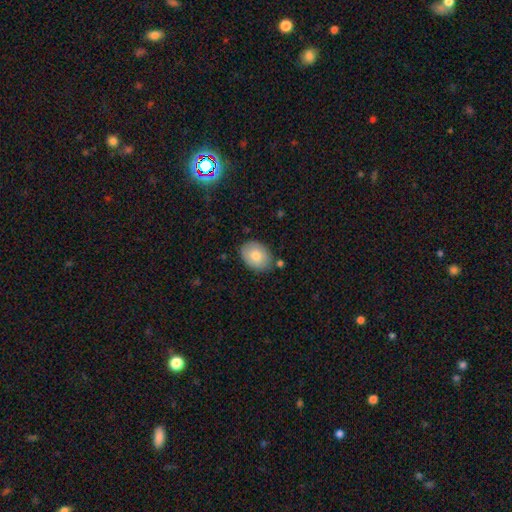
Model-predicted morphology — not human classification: Overall: smooth (78%). How rounded: in between (73%). Merging: none (80%).